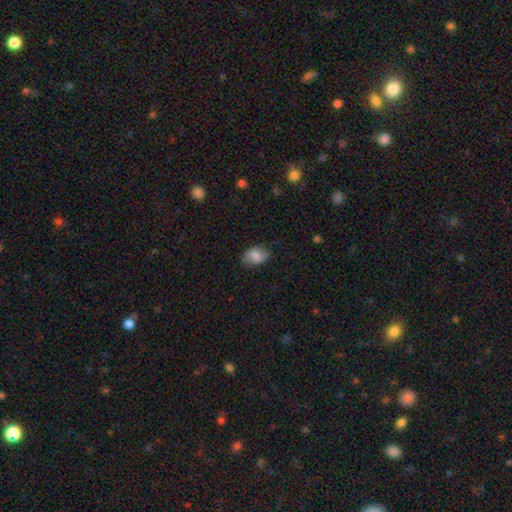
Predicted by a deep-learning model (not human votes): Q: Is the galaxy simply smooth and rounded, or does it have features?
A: smooth — 78%.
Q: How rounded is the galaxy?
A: in between — 83%.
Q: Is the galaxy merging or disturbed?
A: none — 75%.